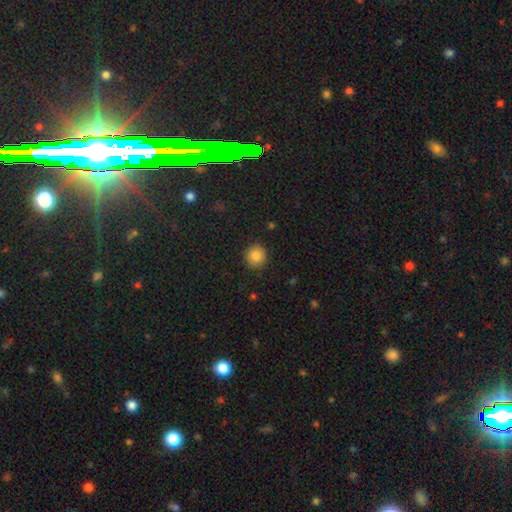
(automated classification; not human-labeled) Smooth or featured: smooth — 85% (star or artifact — 10%)
How rounded: round — 92% (in between — 7%)
Merging: none — 91% (minor disturbance — 6%)